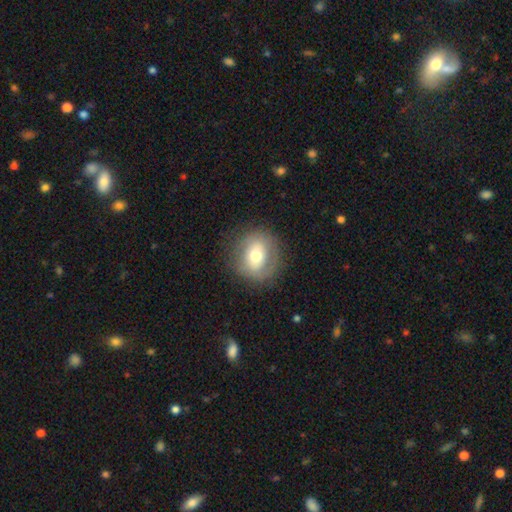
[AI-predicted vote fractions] Q: Smooth or featured?
A: smooth (54%); runner-up: featured or disk (37%)
Q: How rounded?
A: round (80%); runner-up: in between (19%)
Q: Merging?
A: none (81%); runner-up: minor disturbance (12%)